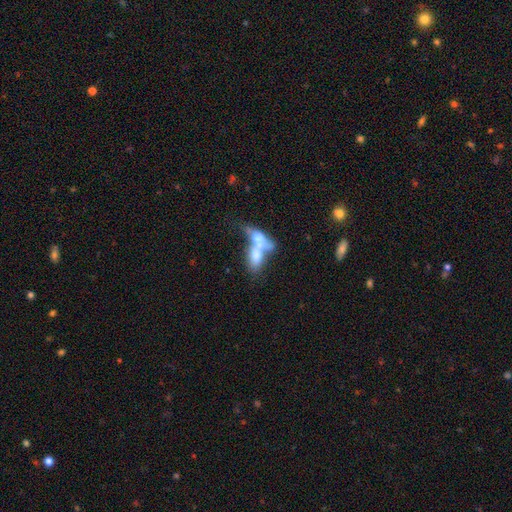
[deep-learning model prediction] smooth_or_featured: smooth (p=0.54) [alt: featured or disk p=0.37]
how_rounded: in between (p=0.76) [alt: cigar-shaped p=0.16]
merging: merger (p=0.71) [alt: none p=0.12]